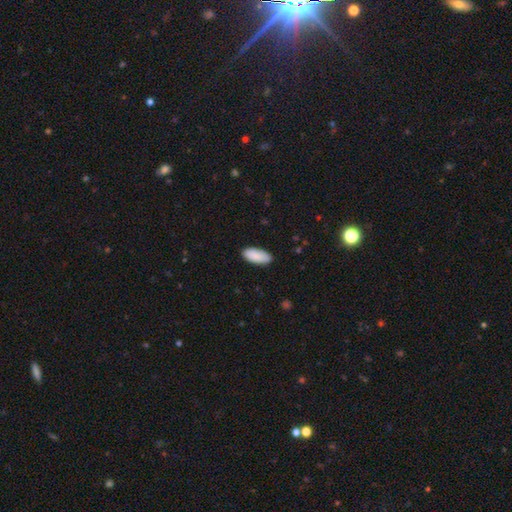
Smooth or featured? smooth (87%)
How rounded? in between (94%)
Merging? none (91%)